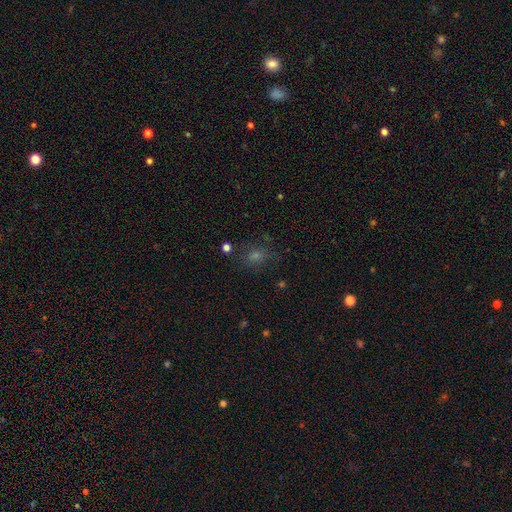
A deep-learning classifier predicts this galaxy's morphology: Smooth or featured? Predicted: smooth (p=0.50). How rounded? Predicted: round (p=0.49, tied with in between). Merging? Predicted: none (p=0.75).